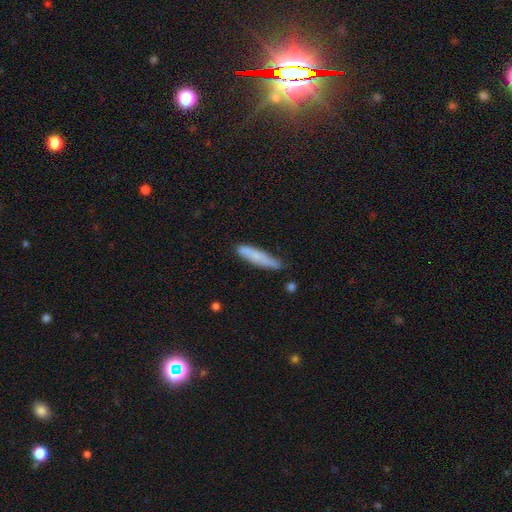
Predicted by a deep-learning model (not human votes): Smooth or featured? smooth (73%)
How rounded? cigar-shaped (87%)
Merging? none (73%)